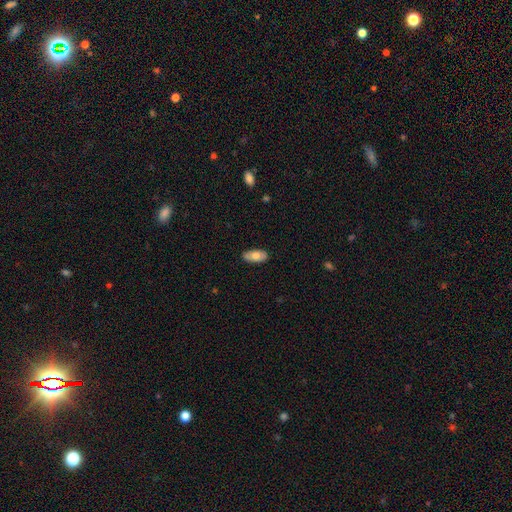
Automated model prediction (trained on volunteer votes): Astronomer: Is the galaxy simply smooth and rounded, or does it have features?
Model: smooth — 71%.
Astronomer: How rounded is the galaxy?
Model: in between — 91%.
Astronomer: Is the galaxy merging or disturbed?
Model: none — 86%.